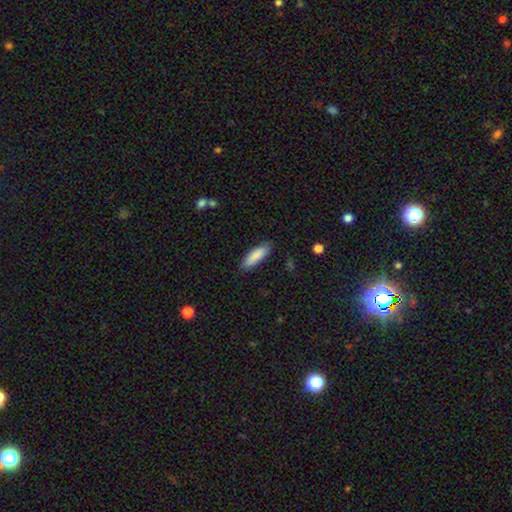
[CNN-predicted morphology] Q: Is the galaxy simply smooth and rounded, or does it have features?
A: smooth — 86%.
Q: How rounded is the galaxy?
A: cigar-shaped — 50%.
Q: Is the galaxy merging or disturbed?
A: none — 86%.